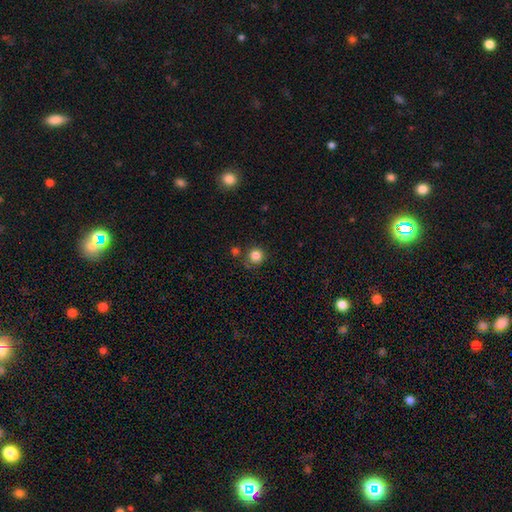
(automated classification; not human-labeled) Smooth or featured?
  - smooth: 84% *
  - star or artifact: 12%
  - featured or disk: 4%
How rounded?
  - round: 94% *
  - in between: 5%
  - cigar-shaped: 1%
Merging?
  - none: 80% *
  - minor disturbance: 10%
  - merger: 7%
  - major disturbance: 3%